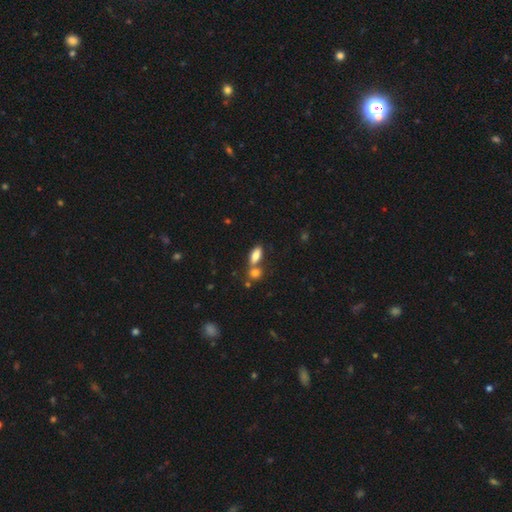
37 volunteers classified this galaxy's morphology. smooth_or_featured: smooth (p=0.76) [alt: featured or disk p=0.19]
how_rounded: in between (p=0.75) [alt: cigar-shaped p=0.21]
merging: none (p=0.57) [alt: merger p=0.29]